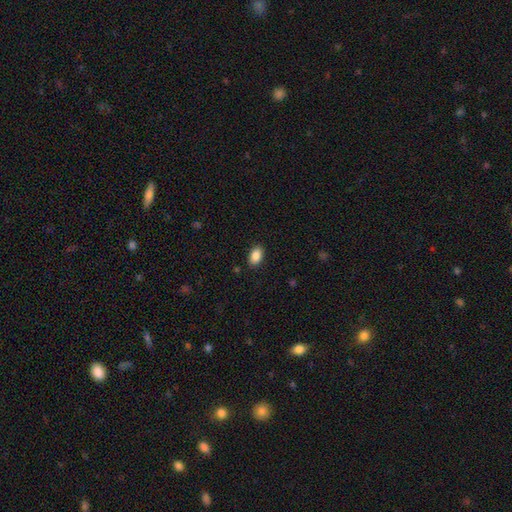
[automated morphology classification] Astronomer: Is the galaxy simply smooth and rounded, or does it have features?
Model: smooth — 88%.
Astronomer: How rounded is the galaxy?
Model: in between — 90%.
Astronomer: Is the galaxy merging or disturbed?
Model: none — 88%.